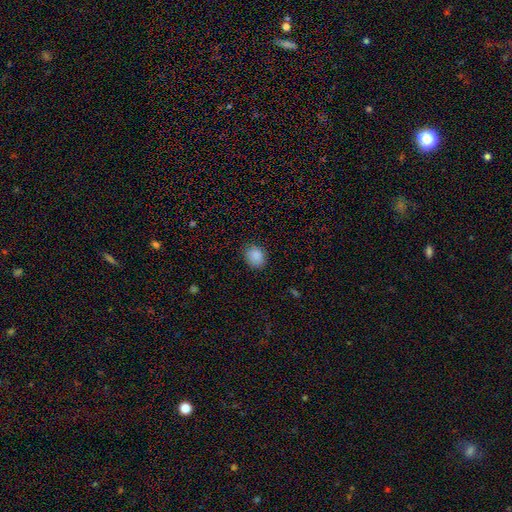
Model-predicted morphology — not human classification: A smooth galaxy with no disk features (88%) that is round (53%).

Vote fractions:
- Smooth or featured? smooth: 88% / star or artifact: 9% / featured or disk: 3%
- How rounded? round: 53% / in between: 46% / cigar-shaped: 1%
- Merging? none: 83% / minor disturbance: 13% / major disturbance: 3% / merger: 1%